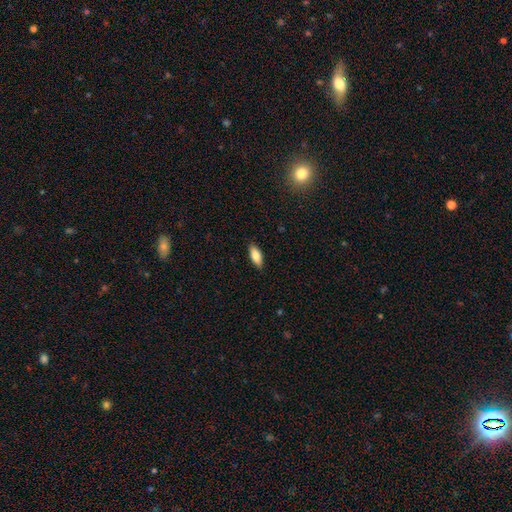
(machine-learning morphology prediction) type=smooth (81%); roundness=in between (79%); merging=none (89%).